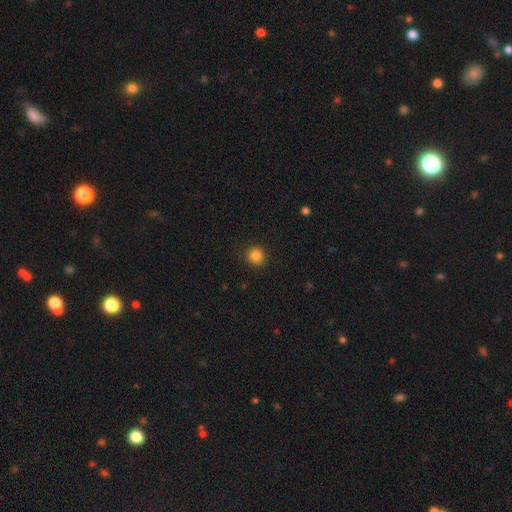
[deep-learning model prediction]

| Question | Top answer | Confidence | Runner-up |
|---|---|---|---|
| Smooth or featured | smooth | 85% | star or artifact (11%) |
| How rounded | round | 94% | in between (5%) |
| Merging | none | 91% | minor disturbance (6%) |